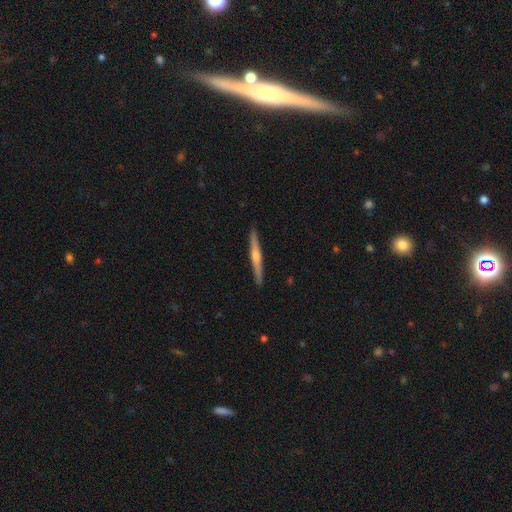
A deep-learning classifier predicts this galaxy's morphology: Smooth or featured? featured or disk (70%)
Edge-on disk? yes (98%)
Edge-on bulge? rounded (80%)
Merging? none (92%)